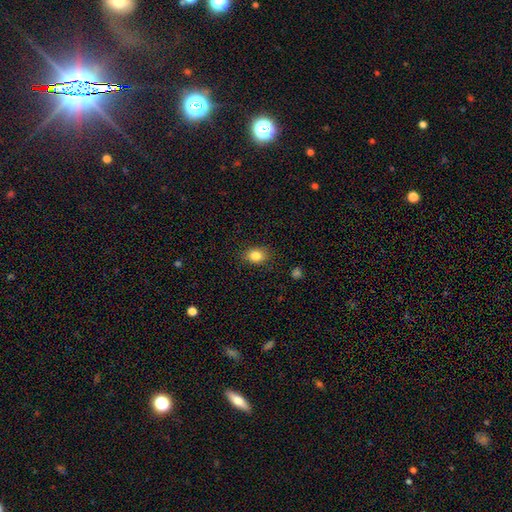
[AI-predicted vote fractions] Smooth or featured? smooth (84%)
How rounded? in between (67%)
Merging? none (85%)